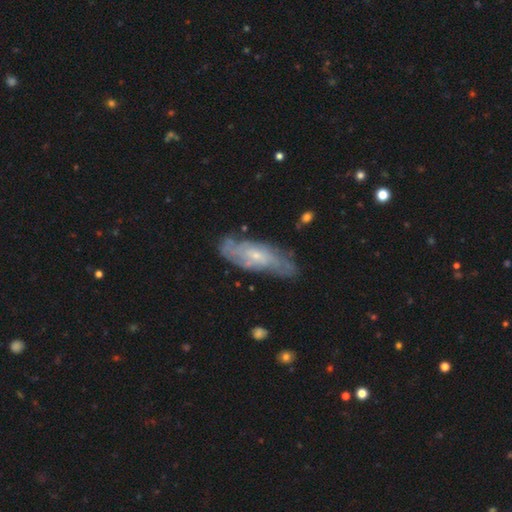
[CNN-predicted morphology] A featured or disk galaxy (71%) with no bar (65%), spiral arms (82%) and a small central bulge (73%).

Vote fractions:
- Smooth or featured? featured or disk: 71% / smooth: 23% / star or artifact: 6%
- Edge-on disk? no: 83% / yes: 17%
- Bar? no: 65% / weak: 30% / strong: 5%
- Spiral arms? yes: 82% / no: 18%
- Bulge size? small: 73% / moderate: 22% / none: 3% / large: 1% / dominant: 1%
- Merging? none: 70% / minor disturbance: 21% / major disturbance: 6% / merger: 2%